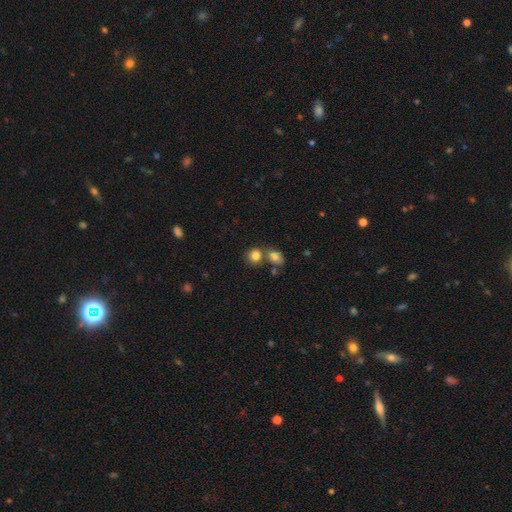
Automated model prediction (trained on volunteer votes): Q: Smooth or featured?
A: smooth (82%); runner-up: star or artifact (11%)
Q: How rounded?
A: round (68%); runner-up: in between (30%)
Q: Merging?
A: none (49%); runner-up: merger (39%)